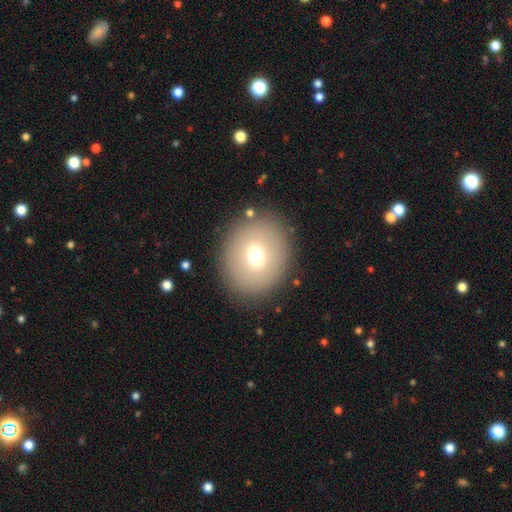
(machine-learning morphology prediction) Smooth or featured?
  - smooth: 67% *
  - featured or disk: 21%
  - star or artifact: 12%
How rounded?
  - round: 71% *
  - in between: 28%
  - cigar-shaped: 1%
Merging?
  - none: 86% *
  - minor disturbance: 8%
  - major disturbance: 4%
  - merger: 2%